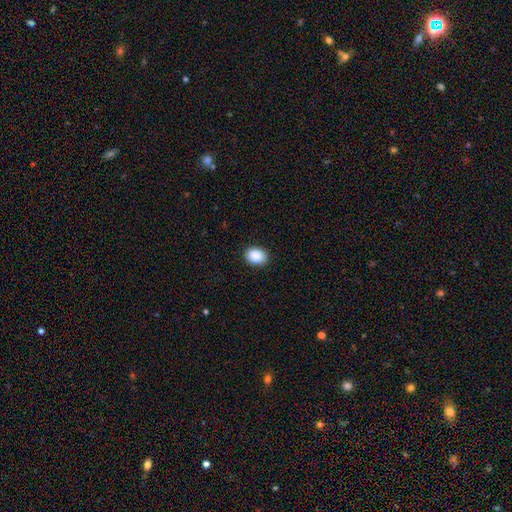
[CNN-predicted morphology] This is clearly a smooth galaxy (90%). How rounded: likely in between (68%). Merging: clearly none (90%).